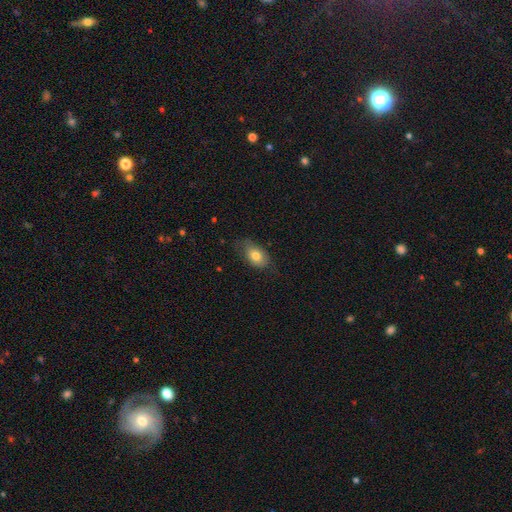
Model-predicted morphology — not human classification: Smooth or featured: smooth — 76% (featured or disk — 16%)
How rounded: in between — 88% (round — 10%)
Merging: none — 65% (minor disturbance — 26%)